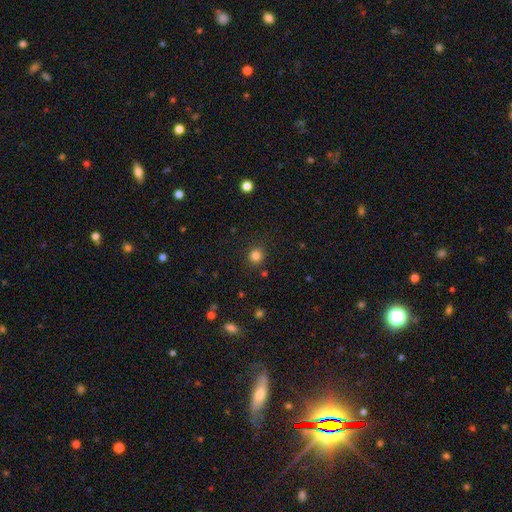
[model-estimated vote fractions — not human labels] Smooth or featured?
  - smooth: 82% *
  - star or artifact: 14%
  - featured or disk: 4%
How rounded?
  - round: 91% *
  - in between: 8%
  - cigar-shaped: 1%
Merging?
  - none: 88% *
  - minor disturbance: 7%
  - major disturbance: 3%
  - merger: 2%